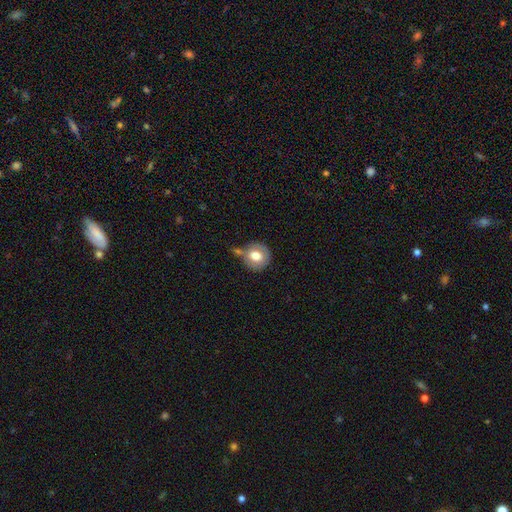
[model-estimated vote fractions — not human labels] smooth 70%, featured or disk 23%, star or artifact 7%. Down the decision tree: how rounded — round (85%); merging — none (55%).